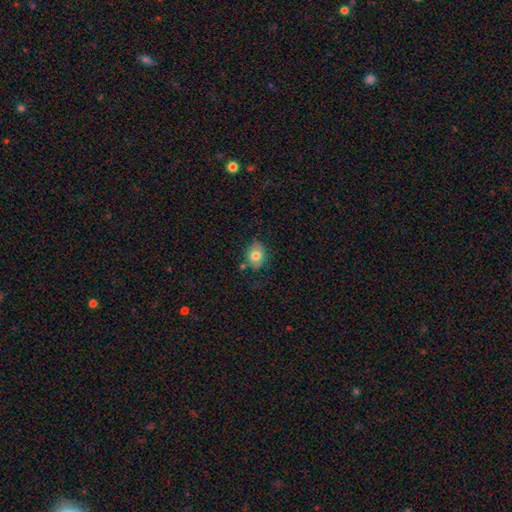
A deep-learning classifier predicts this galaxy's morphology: type=smooth (76%); roundness=in between (61%); merging=none (68%).